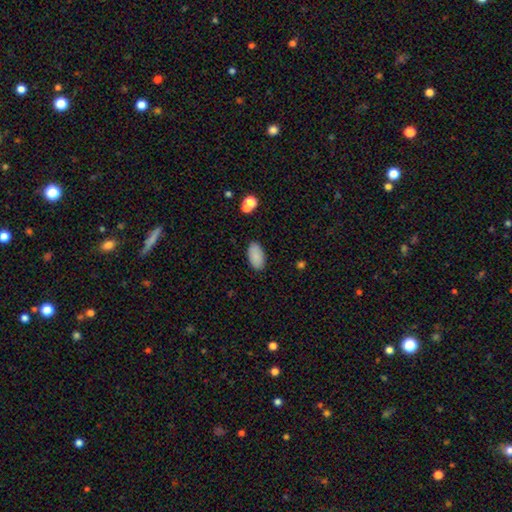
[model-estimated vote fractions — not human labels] A smooth galaxy with no disk features (88%) that is in between round and cigar-shaped (95%). Merging: none (86%).